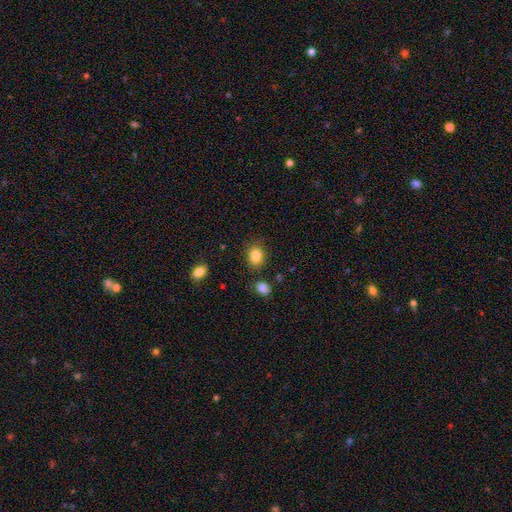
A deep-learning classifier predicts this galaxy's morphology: A smooth galaxy with no disk features (86%) that is in between round and cigar-shaped (57%).

Vote fractions:
- Smooth or featured? smooth: 86% / star or artifact: 9% / featured or disk: 5%
- How rounded? in between: 57% / round: 42% / cigar-shaped: 1%
- Merging? none: 78% / minor disturbance: 14% / merger: 4% / major disturbance: 4%